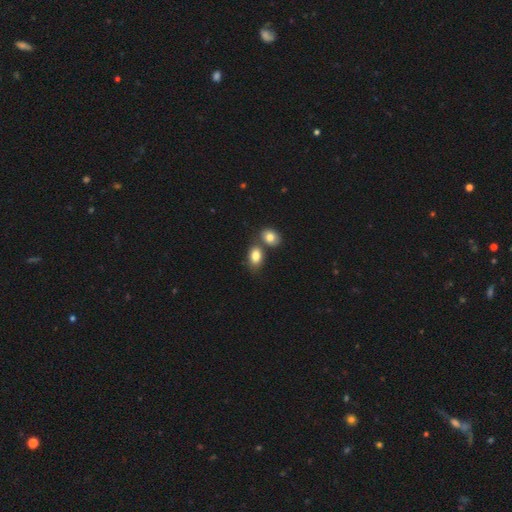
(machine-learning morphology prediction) Smooth or featured: smooth — 82% (featured or disk — 9%)
How rounded: in between — 84% (round — 14%)
Merging: none — 52% (merger — 32%)